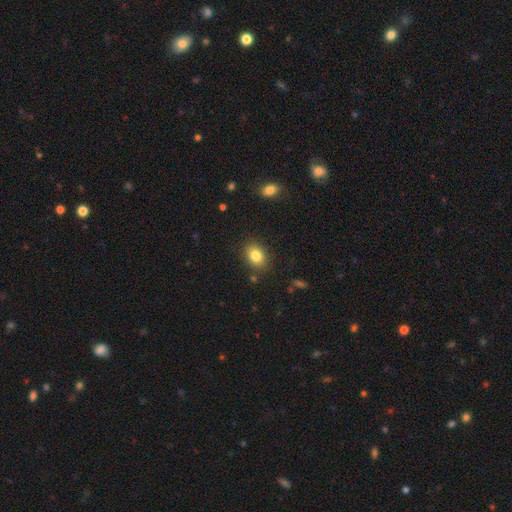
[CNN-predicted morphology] This appears to be a smooth galaxy with no disk features (83%) that is in between round and cigar-shaped (64%). Merging: none (85%).